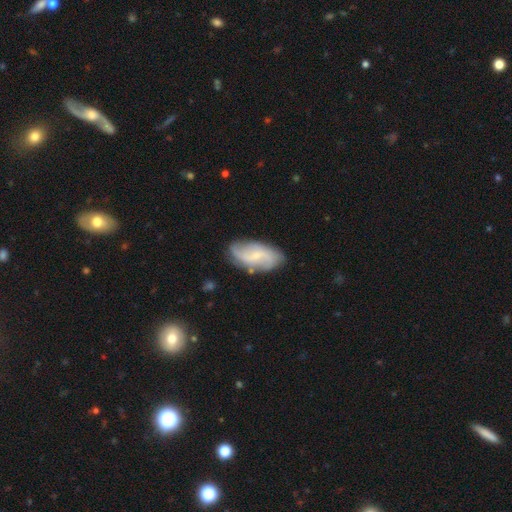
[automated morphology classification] Smooth or featured: featured or disk — 67% (smooth — 26%)
Edge-on disk: no — 94% (yes — 6%)
Bar: weak — 49% (no — 40%)
Spiral arms: yes — 89% (no — 11%)
Spiral winding: loose — 52% (medium — 33%)
Spiral arm count: 2 — 66% (can't tell — 19%)
Bulge size: small — 69% (moderate — 21%)
Merging: none — 75% (minor disturbance — 18%)